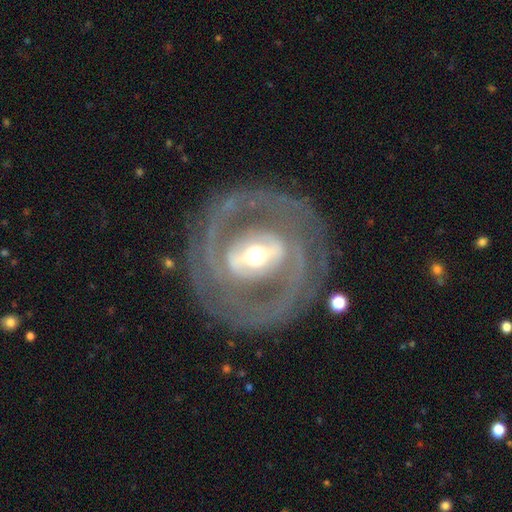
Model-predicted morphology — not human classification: Q: Smooth or featured?
A: featured or disk (86%); runner-up: smooth (10%)
Q: Edge-on disk?
A: no (94%); runner-up: yes (6%)
Q: Bar?
A: strong (53%); runner-up: weak (31%)
Q: Spiral arms?
A: yes (78%); runner-up: no (22%)
Q: Spiral winding?
A: tight (58%); runner-up: medium (32%)
Q: Spiral arm count?
A: 2 (61%); runner-up: can't tell (21%)
Q: Bulge size?
A: moderate (59%); runner-up: small (28%)
Q: Merging?
A: none (79%); runner-up: minor disturbance (11%)